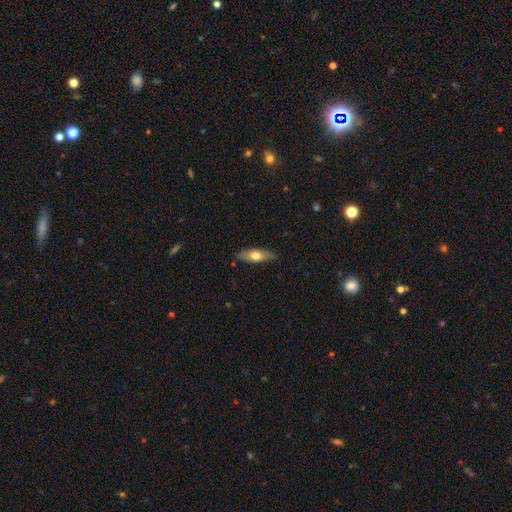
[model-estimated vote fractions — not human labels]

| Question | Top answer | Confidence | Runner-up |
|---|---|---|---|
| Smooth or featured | smooth | 60% | featured or disk (34%) |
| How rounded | in between | 55% | cigar-shaped (42%) |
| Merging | none | 83% | minor disturbance (13%) |